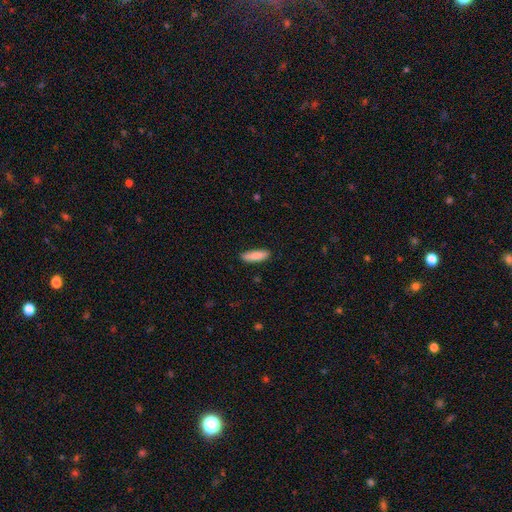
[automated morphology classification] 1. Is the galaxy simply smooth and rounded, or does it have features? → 88% smooth, 7% featured or disk, 6% star or artifact.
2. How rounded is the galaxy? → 55% cigar-shaped, 44% in between, 2% round.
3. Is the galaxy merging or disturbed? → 88% none, 9% minor disturbance, 2% major disturbance, 1% merger.